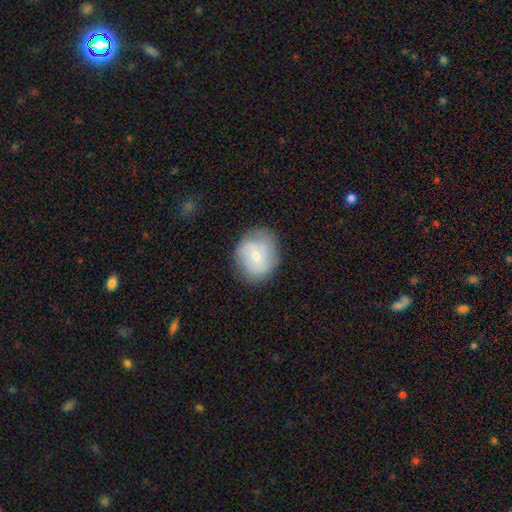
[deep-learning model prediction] Overall: smooth (54%; featured or disk 38%). How rounded: round (71%). Merging: none (73%).